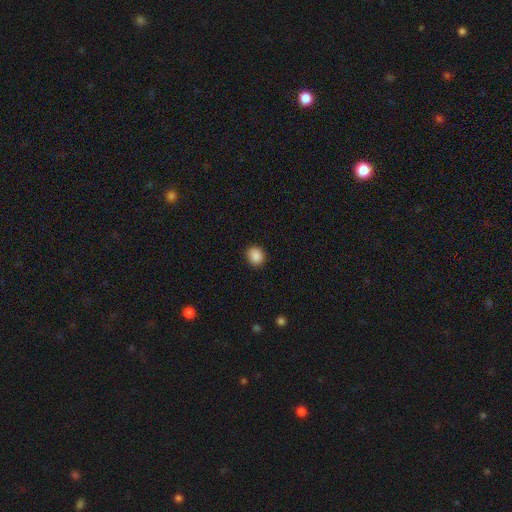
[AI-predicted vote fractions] A smooth galaxy with no disk features (88%) that is round (79%). Merging: none (90%).